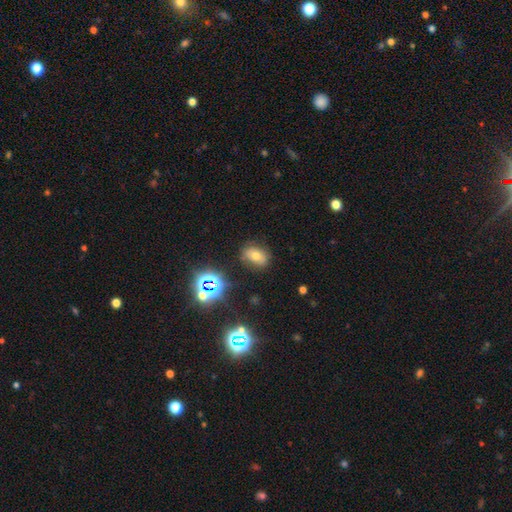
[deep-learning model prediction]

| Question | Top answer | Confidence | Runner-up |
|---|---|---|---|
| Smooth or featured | smooth | 54% | star or artifact (28%) |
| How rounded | in between | 74% | round (24%) |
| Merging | none | 80% | minor disturbance (13%) |